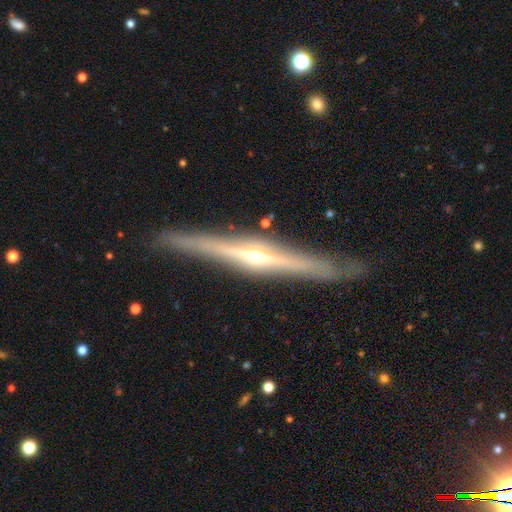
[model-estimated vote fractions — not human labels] This appears to be a featured or disk galaxy (85%) viewed edge-on (97%) with a rounded central bulge (83%). Merging: none (87%).